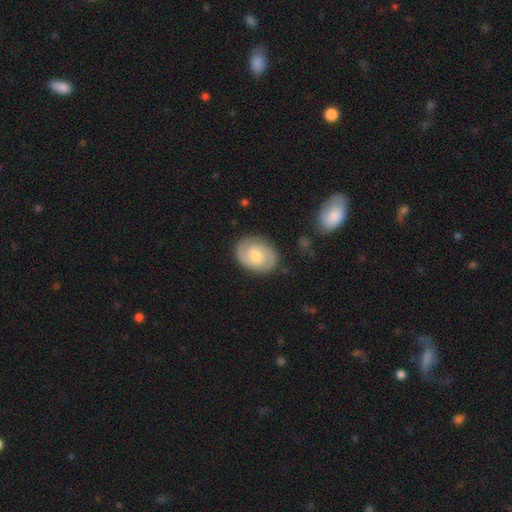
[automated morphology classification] Smooth or featured: featured or disk — 76% (smooth — 18%)
Edge-on disk: no — 98% (yes — 2%)
Bar: no — 59% (weak — 35%)
Spiral arms: yes — 93% (no — 7%)
Spiral winding: tight — 55% (medium — 36%)
Spiral arm count: 2 — 85% (can't tell — 8%)
Bulge size: moderate — 58% (small — 36%)
Merging: none — 84% (minor disturbance — 11%)